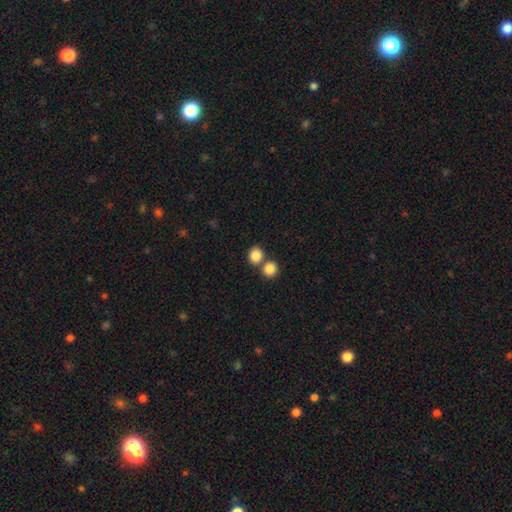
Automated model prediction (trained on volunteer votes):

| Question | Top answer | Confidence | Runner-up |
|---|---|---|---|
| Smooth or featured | smooth | 85% | star or artifact (9%) |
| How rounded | round | 68% | in between (31%) |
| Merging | none | 53% | merger (37%) |